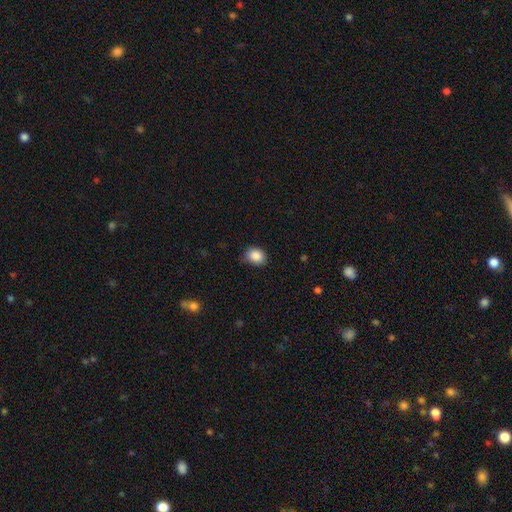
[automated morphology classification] smooth 87%, star or artifact 9%, featured or disk 4%. Down the decision tree: how rounded — round (54%); merging — none (76%).